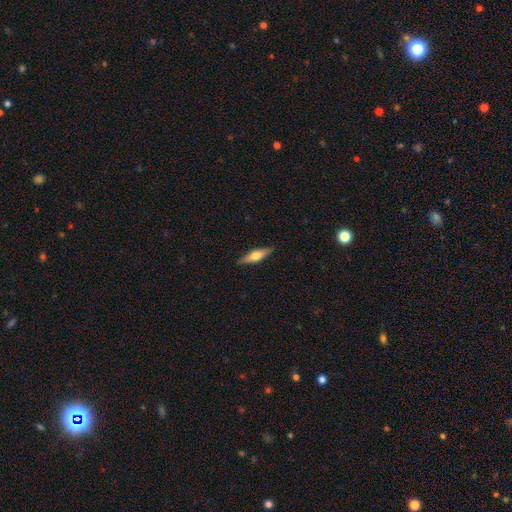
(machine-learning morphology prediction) This is possibly a smooth galaxy (50%). Merging: clearly none (88%).